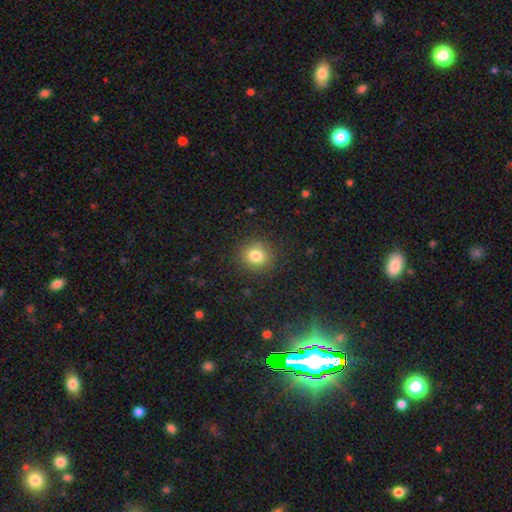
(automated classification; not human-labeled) A smooth galaxy with no disk features (80%) that is round (80%). Merging: none (86%).